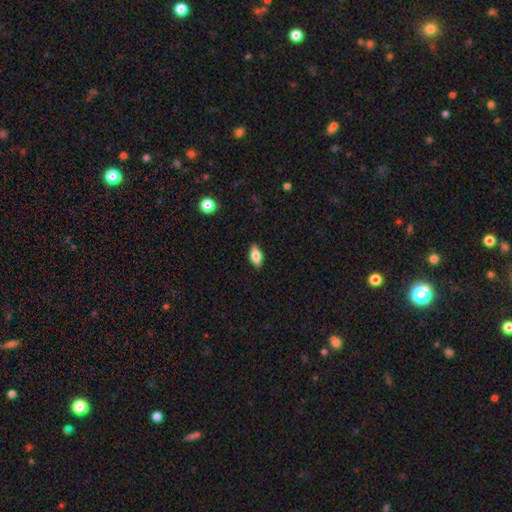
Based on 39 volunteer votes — This appears to be a smooth galaxy with no disk features (46%, tied with featured or disk) that is in between round and cigar-shaped (61%). Merging: none (72%).